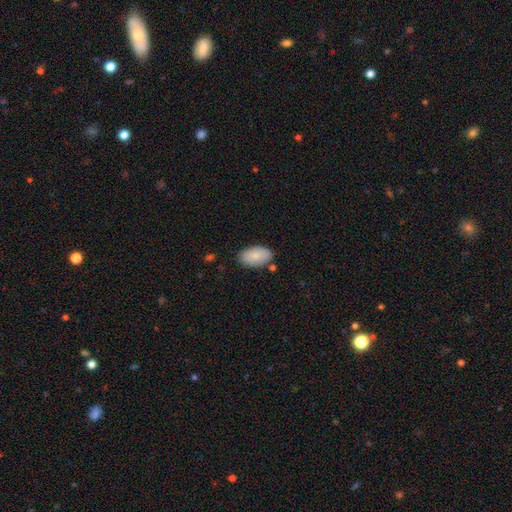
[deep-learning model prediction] The model was most divided on "merging": none: 80%, minor disturbance: 13%, merger: 3%, major disturbance: 3%. More confident: how rounded — in between (94%); smooth or featured — smooth (84%).